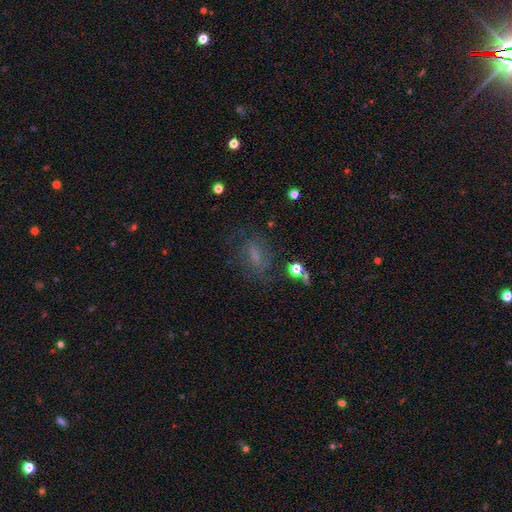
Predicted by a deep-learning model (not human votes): Smooth or featured? Predicted: smooth (p=0.46). Merging? Predicted: none (p=0.66).